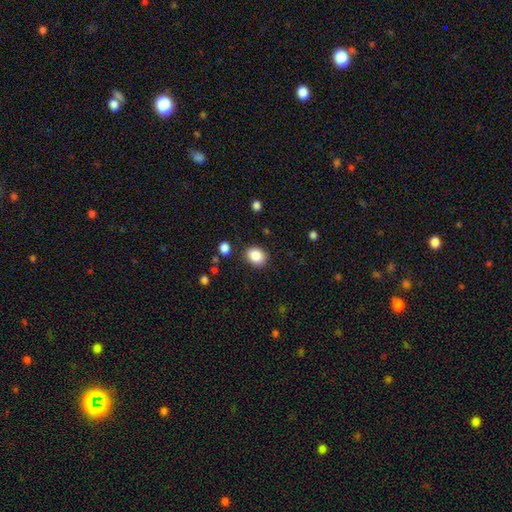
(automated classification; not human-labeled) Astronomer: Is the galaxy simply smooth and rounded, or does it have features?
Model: smooth — 87%.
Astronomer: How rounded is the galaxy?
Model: round — 52% (runner-up: in between, 47%).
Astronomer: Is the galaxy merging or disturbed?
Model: none — 85%.